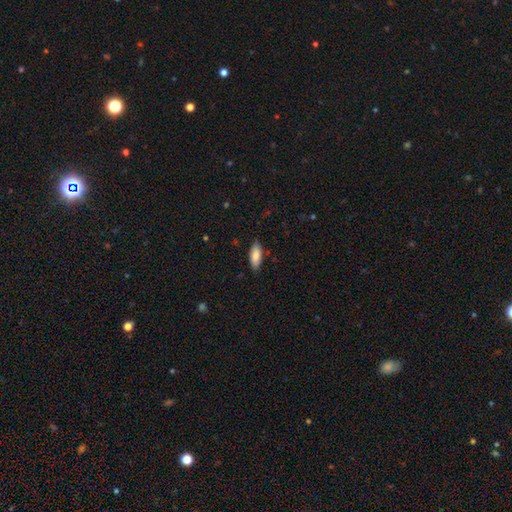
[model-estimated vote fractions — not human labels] Overall: smooth (84%). How rounded: in between (78%). Merging: none (85%).